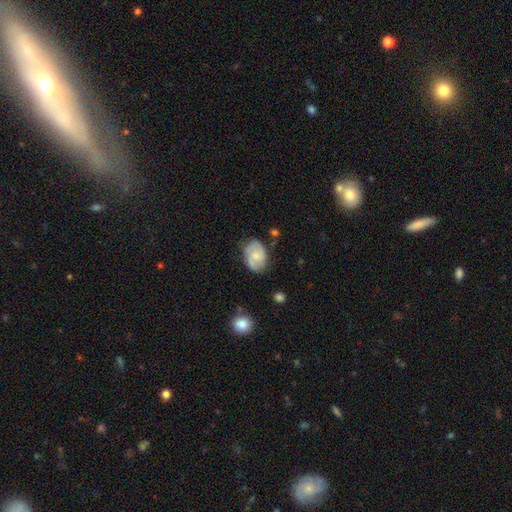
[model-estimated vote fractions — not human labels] Smooth or featured? Predicted: featured or disk (p=0.56). Edge-on disk? Predicted: no (p=0.97). Bar? Predicted: no (p=0.62). Spiral arms? Predicted: yes (p=0.89). Bulge size? Predicted: small (p=0.53). Merging? Predicted: none (p=0.71).